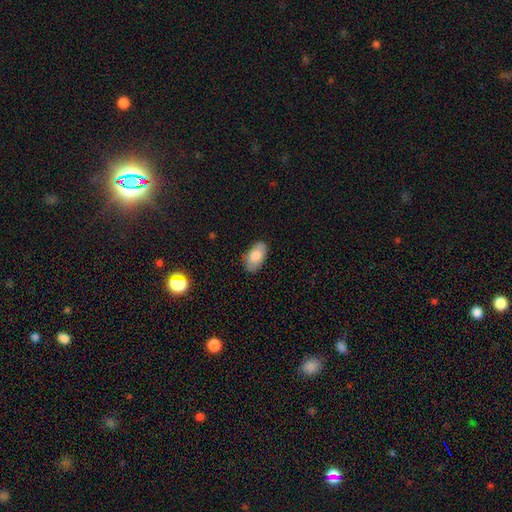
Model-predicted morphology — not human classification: Smooth or featured?
  - smooth: 80% *
  - featured or disk: 13%
  - star or artifact: 7%
How rounded?
  - in between: 94% *
  - round: 5%
  - cigar-shaped: 2%
Merging?
  - none: 82% *
  - minor disturbance: 14%
  - major disturbance: 3%
  - merger: 1%